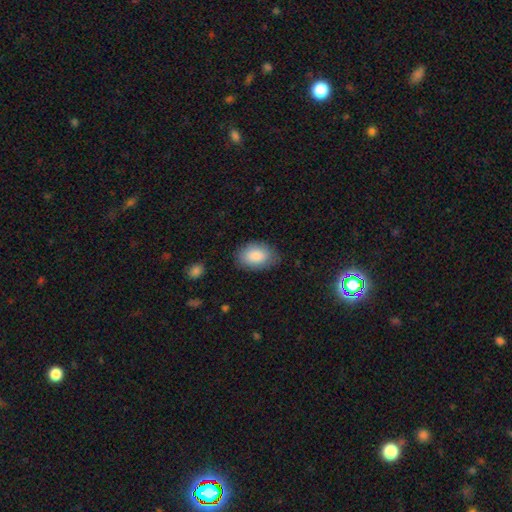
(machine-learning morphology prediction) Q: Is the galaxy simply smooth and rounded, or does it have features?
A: smooth — 88%.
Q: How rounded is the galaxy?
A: in between — 88%.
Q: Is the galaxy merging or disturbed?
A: none — 81%.